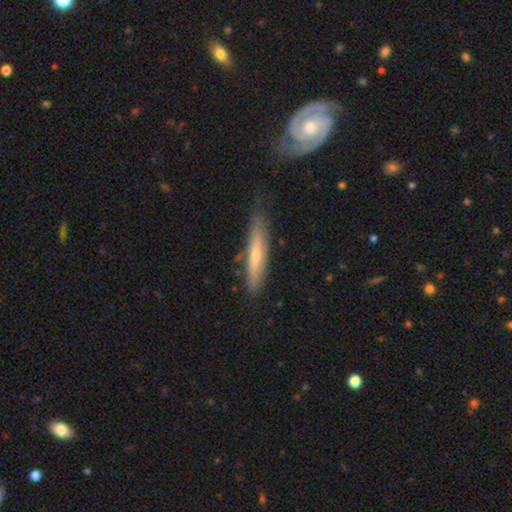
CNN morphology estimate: This is possibly a featured or disk galaxy (49%). Merging: likely none (74%).